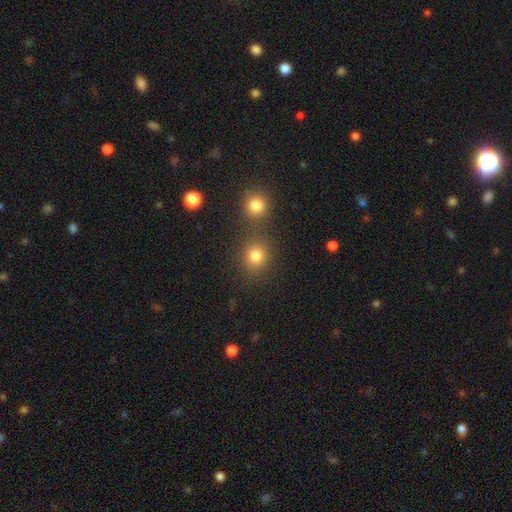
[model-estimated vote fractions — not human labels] Smooth or featured: smooth — 80% (star or artifact — 15%)
How rounded: round — 82% (in between — 16%)
Merging: none — 69% (merger — 20%)